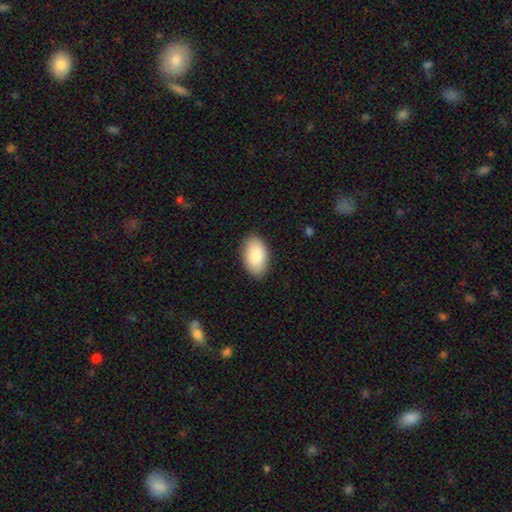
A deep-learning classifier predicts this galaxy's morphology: Smooth or featured? Predicted: smooth (p=0.88). How rounded? Predicted: in between (p=0.95). Merging? Predicted: none (p=0.88).